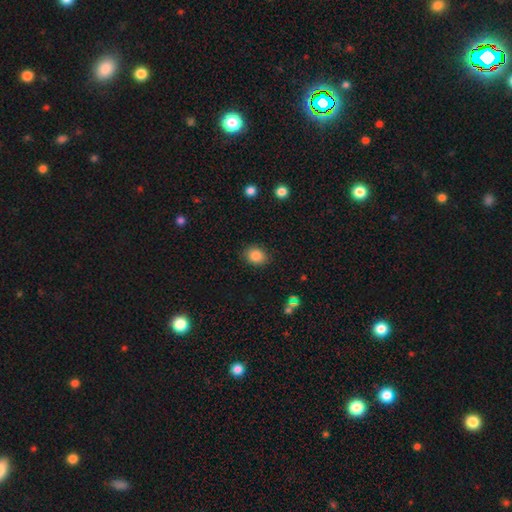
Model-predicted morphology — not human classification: This is clearly a smooth galaxy (86%). How rounded: possibly round (53%). Merging: clearly none (87%).